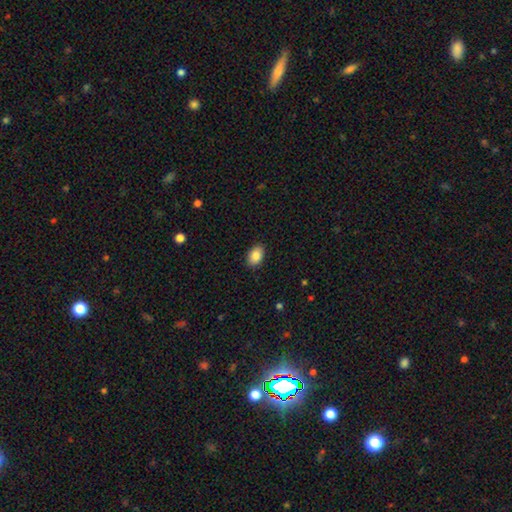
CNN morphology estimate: Smooth or featured? smooth (87%)
How rounded? in between (88%)
Merging? none (88%)